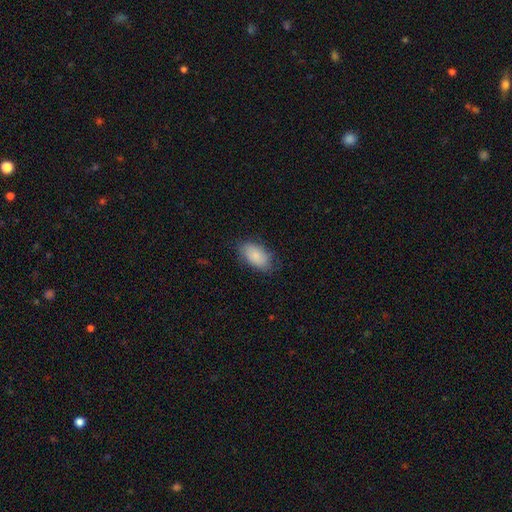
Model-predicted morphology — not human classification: This appears to be a smooth galaxy with no disk features (84%) that is in between round and cigar-shaped (93%). Merging: none (75%).